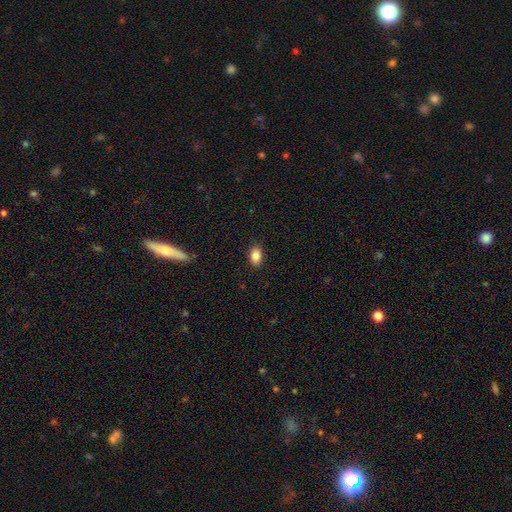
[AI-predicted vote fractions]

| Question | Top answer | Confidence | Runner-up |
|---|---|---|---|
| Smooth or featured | smooth | 85% | star or artifact (9%) |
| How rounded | in between | 85% | round (13%) |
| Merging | none | 88% | minor disturbance (9%) |